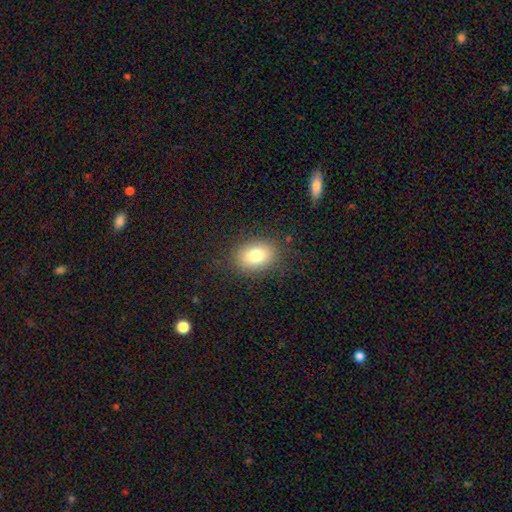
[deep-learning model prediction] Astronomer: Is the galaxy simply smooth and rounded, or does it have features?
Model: smooth — 80%.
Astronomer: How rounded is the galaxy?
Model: in between — 69%.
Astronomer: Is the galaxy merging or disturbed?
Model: none — 84%.